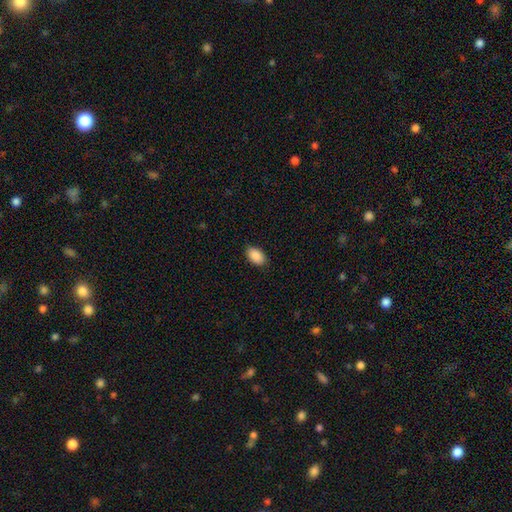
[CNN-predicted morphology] type=smooth (91%); roundness=in between (93%); merging=none (87%).